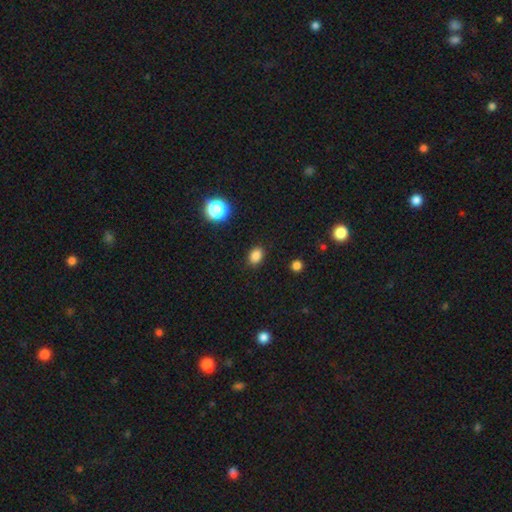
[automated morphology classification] smooth 84%, star or artifact 13%, featured or disk 4%. Down the decision tree: how rounded — in between (71%); merging — none (88%).